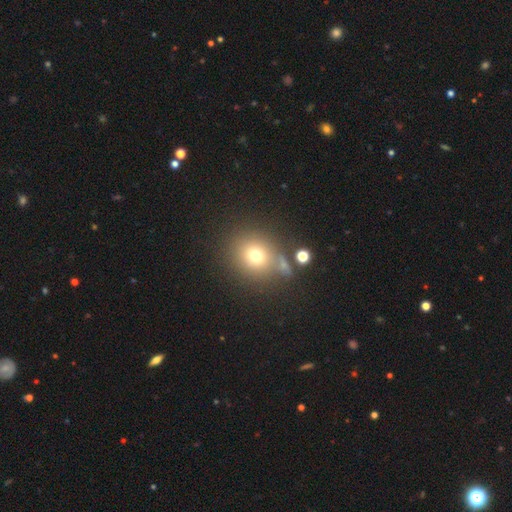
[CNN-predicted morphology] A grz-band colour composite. It shows a smooth galaxy with no disk features (72%) that is round (80%). Merging: none (70%).